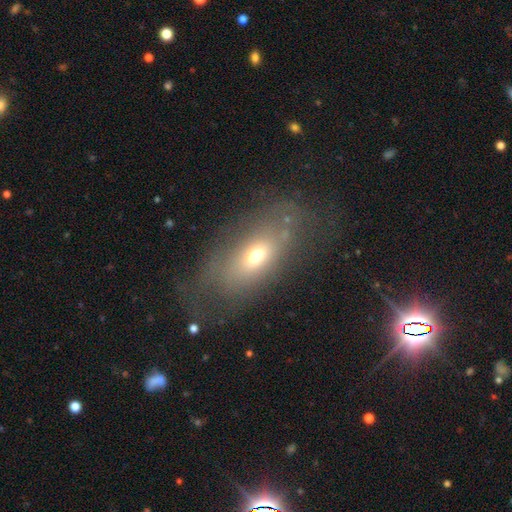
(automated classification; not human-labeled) smooth-or-featured: smooth: 57% | featured or disk: 30% | star or artifact: 13%
  how-rounded: in between: 80% | cigar-shaped: 10% | round: 10%
  merging: none: 58% | minor disturbance: 21% | major disturbance: 19% | merger: 3%